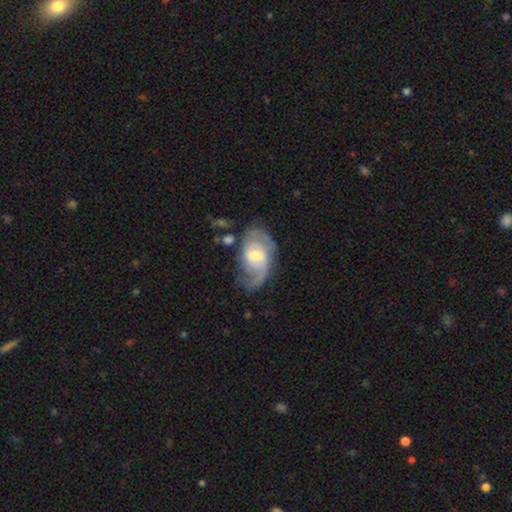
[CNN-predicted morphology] A featured or disk galaxy (81%) with a weak bar (53%), 2 (62%) medium (45%) spiral arms (93%) and a moderate central bulge (58%).

Vote fractions:
- Smooth or featured? featured or disk: 81% / smooth: 14% / star or artifact: 5%
- Edge-on disk? no: 96% / yes: 4%
- Bar? weak: 53% / no: 36% / strong: 11%
- Spiral arms? yes: 93% / no: 7%
- Spiral winding? medium: 45% / tight: 32% / loose: 24%
- Spiral arm count? 2: 62% / can't tell: 16% / 1: 12% / 3: 7% / 4: 2% / more than 4: 2%
- Bulge size? moderate: 58% / small: 34% / large: 5% / none: 2% / dominant: 1%
- Merging? none: 58% / minor disturbance: 23% / major disturbance: 14% / merger: 5%